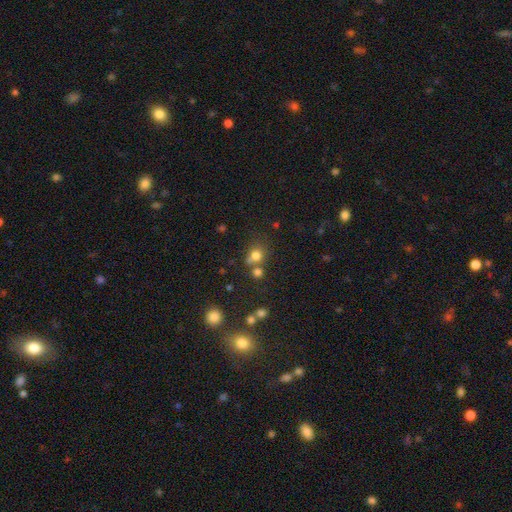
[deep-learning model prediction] smooth_or_featured: smooth (p=0.75) [alt: star or artifact p=0.16]
how_rounded: round (p=0.79) [alt: in between p=0.20]
merging: none (p=0.53) [alt: merger p=0.32]